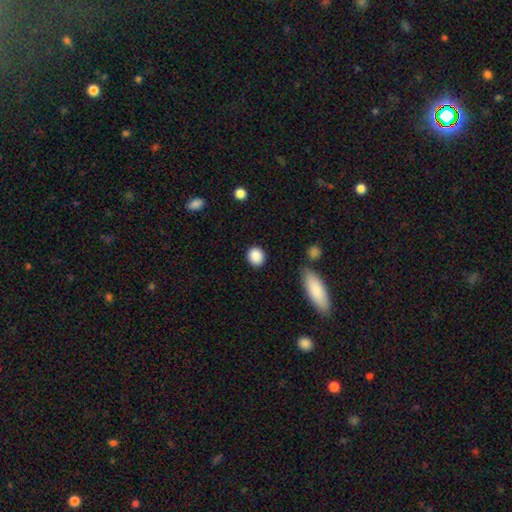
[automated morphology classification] Smooth or featured? smooth (88%)
How rounded? round (76%)
Merging? none (87%)